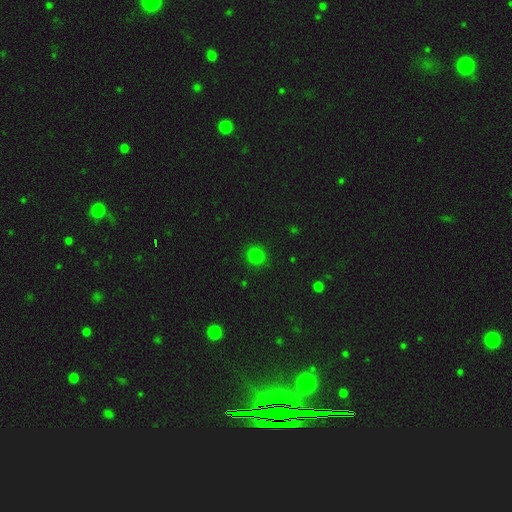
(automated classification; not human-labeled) smooth 81%, star or artifact 15%, featured or disk 4%. Down the decision tree: how rounded — round (90%); merging — none (90%).